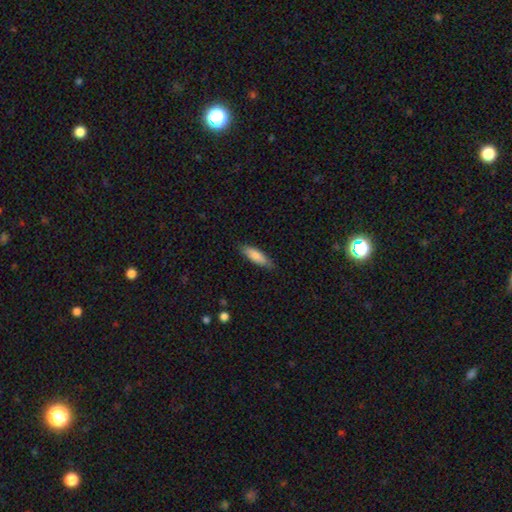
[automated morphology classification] This is clearly a smooth galaxy (82%). How rounded: possibly in between (50%). Merging: clearly none (81%).